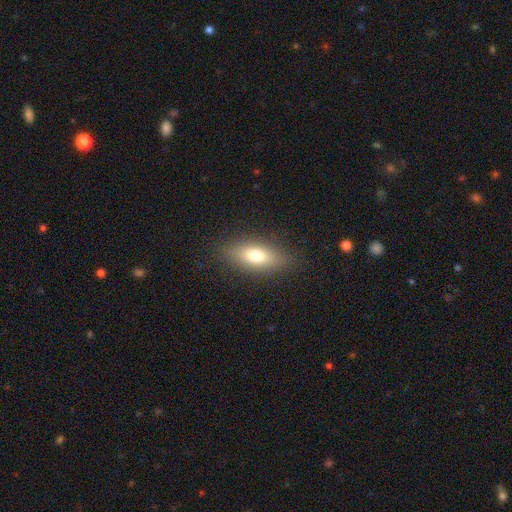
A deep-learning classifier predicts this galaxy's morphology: A smooth galaxy with no disk features (72%) that is in between round and cigar-shaped (74%). Merging: none (85%).